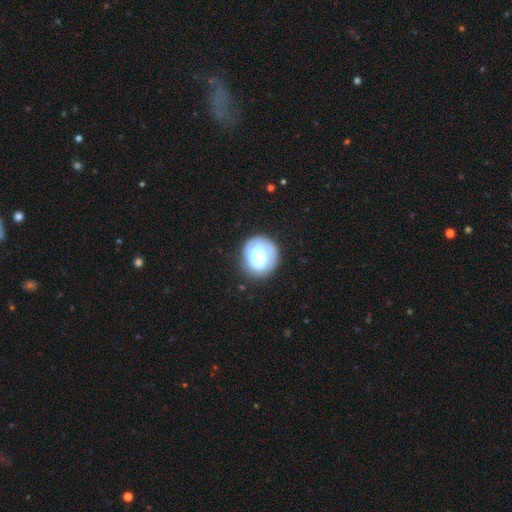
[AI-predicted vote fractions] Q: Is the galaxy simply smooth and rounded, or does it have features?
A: smooth — 65%.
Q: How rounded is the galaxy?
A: round — 81%.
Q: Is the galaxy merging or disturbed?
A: none — 72%.